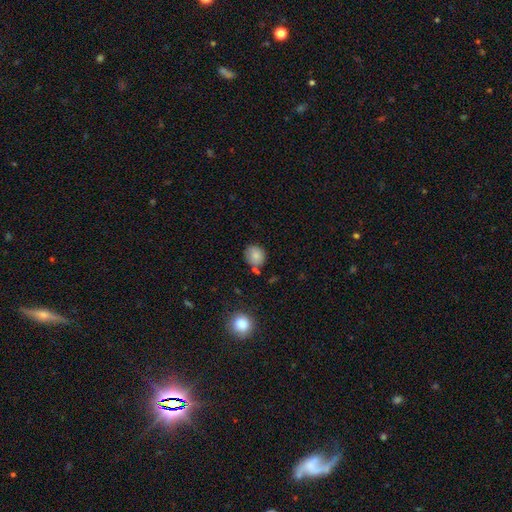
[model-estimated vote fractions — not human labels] Q: Smooth or featured?
A: smooth (82%); runner-up: star or artifact (10%)
Q: How rounded?
A: round (72%); runner-up: in between (27%)
Q: Merging?
A: none (67%); runner-up: minor disturbance (20%)